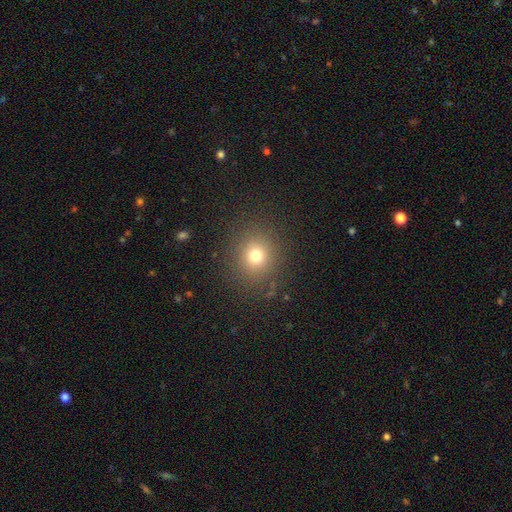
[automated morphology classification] type=smooth (73%); roundness=round (85%); merging=none (87%).